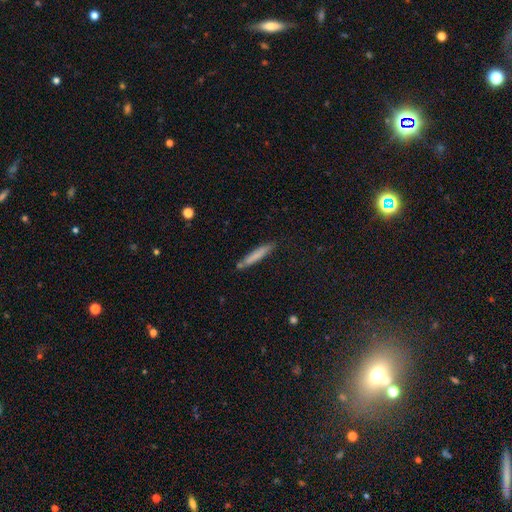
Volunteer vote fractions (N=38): Smooth or featured: smooth — 71% (featured or disk — 21%)
How rounded: cigar-shaped — 89% (in between — 7%)
Merging: none — 63% (minor disturbance — 26%)